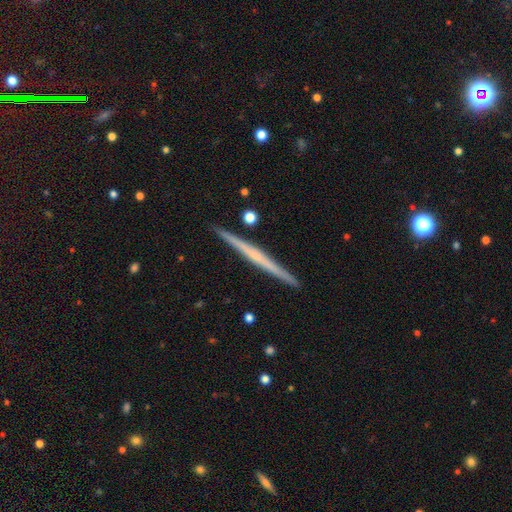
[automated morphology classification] Smooth or featured?
  - featured or disk: 66% *
  - smooth: 29%
  - star or artifact: 5%
Edge-on disk?
  - yes: 98% *
  - no: 2%
Edge-on bulge?
  - none: 72% *
  - rounded: 21%
  - boxy: 7%
Merging?
  - none: 92% *
  - minor disturbance: 5%
  - merger: 1%
  - major disturbance: 1%